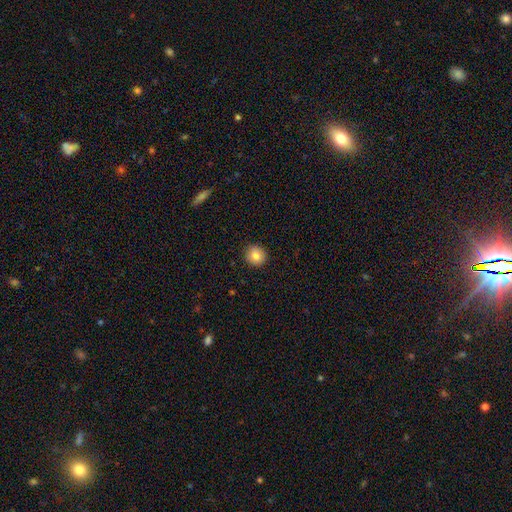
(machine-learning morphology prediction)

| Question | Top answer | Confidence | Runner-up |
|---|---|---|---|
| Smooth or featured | smooth | 84% | star or artifact (9%) |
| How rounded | round | 90% | in between (9%) |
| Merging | none | 91% | minor disturbance (7%) |